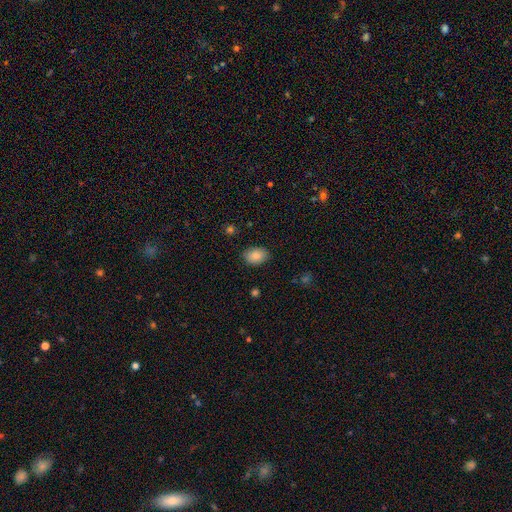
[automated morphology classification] Smooth or featured? Predicted: smooth (p=0.84). How rounded? Predicted: in between (p=0.77). Merging? Predicted: none (p=0.86).